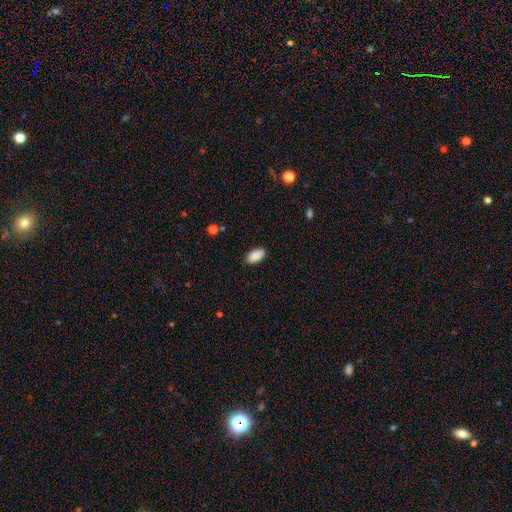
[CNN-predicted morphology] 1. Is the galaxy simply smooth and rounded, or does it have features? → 90% smooth, 7% star or artifact, 3% featured or disk.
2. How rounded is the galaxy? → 95% in between, 3% round, 2% cigar-shaped.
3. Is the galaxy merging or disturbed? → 88% none, 9% minor disturbance, 2% major disturbance, 1% merger.